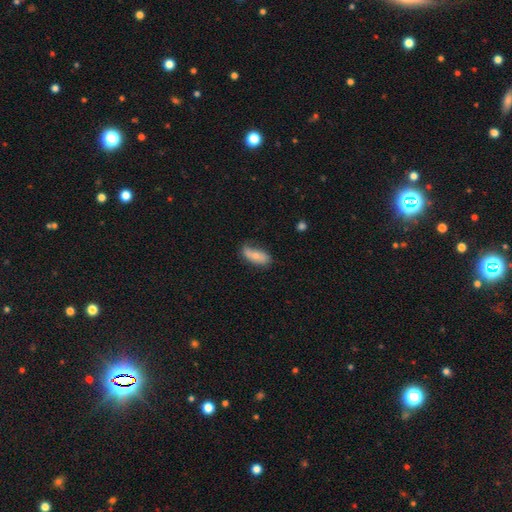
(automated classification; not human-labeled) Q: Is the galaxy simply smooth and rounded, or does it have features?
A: smooth — 64%.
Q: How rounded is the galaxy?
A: in between — 84%.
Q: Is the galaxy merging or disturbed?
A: none — 56%.